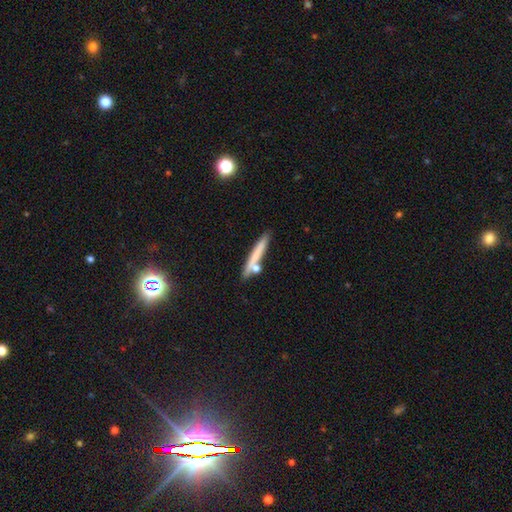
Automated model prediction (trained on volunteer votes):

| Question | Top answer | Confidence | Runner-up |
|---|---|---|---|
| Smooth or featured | smooth | 63% | featured or disk (29%) |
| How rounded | cigar-shaped | 93% | in between (5%) |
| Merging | none | 74% | minor disturbance (12%) |